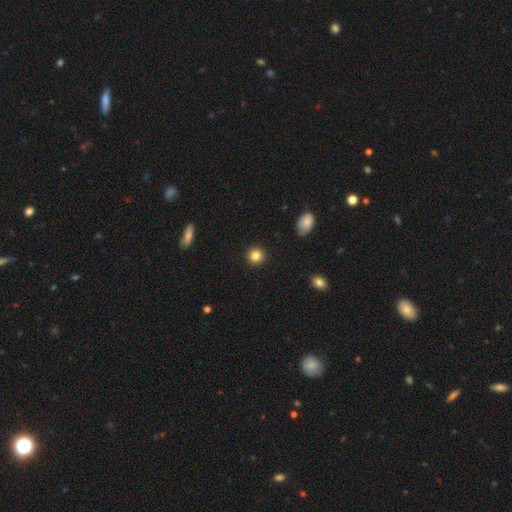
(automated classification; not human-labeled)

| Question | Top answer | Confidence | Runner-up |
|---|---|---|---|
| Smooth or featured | smooth | 84% | star or artifact (10%) |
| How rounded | round | 94% | in between (5%) |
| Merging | none | 92% | minor disturbance (5%) |